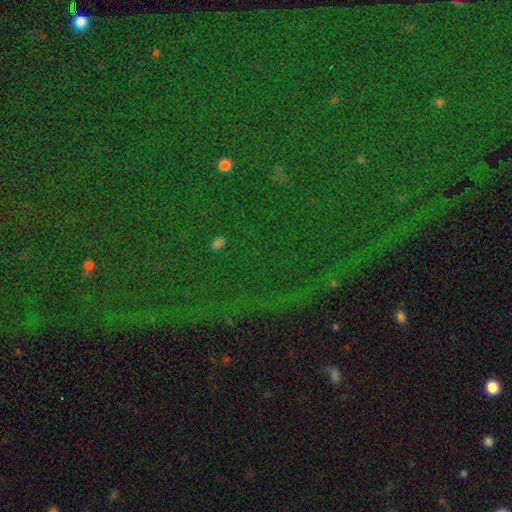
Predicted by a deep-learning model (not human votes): This is clearly a star or artifact rather than a galaxy (83%).